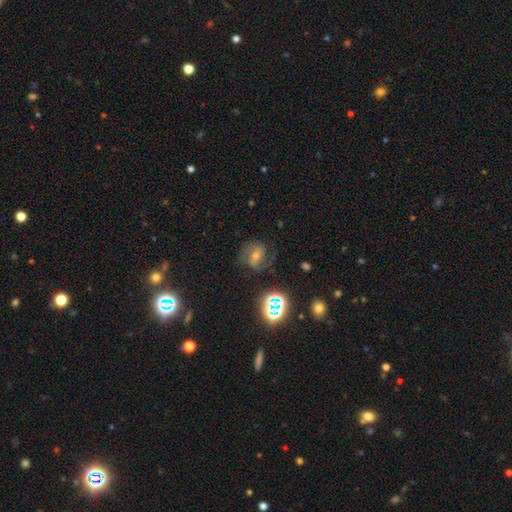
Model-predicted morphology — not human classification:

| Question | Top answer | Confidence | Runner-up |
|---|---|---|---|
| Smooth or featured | featured or disk | 65% | star or artifact (19%) |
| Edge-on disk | no | 97% | yes (3%) |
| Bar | weak | 40% | strong (31%) |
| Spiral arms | yes | 92% | no (8%) |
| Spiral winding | medium | 53% | loose (25%) |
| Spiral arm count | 2 | 84% | can't tell (7%) |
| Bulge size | moderate | 53% | small (40%) |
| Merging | none | 70% | minor disturbance (17%) |